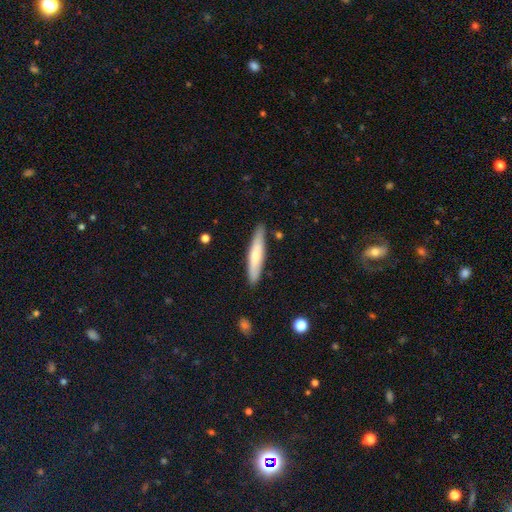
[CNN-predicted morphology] Smooth or featured: smooth — 62% (featured or disk — 32%)
How rounded: cigar-shaped — 88% (in between — 11%)
Merging: none — 86% (minor disturbance — 11%)